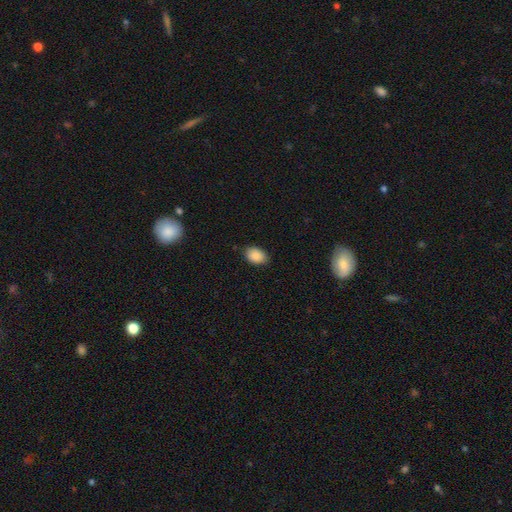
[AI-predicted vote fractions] Overall: smooth (88%). How rounded: in between (83%). Merging: none (83%).